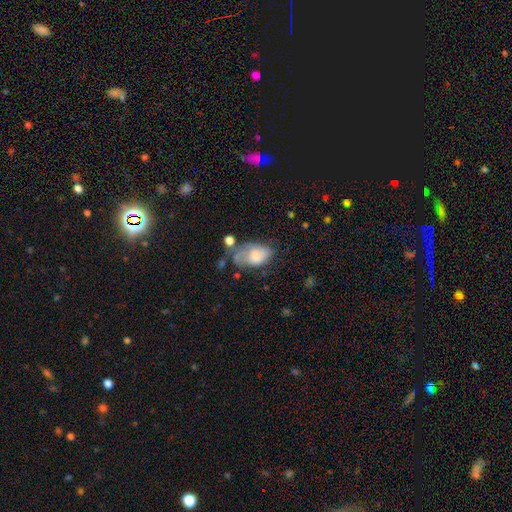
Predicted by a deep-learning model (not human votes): This is likely a smooth galaxy (65%). How rounded: clearly in between (90%). Merging: marginally minor disturbance (31%).